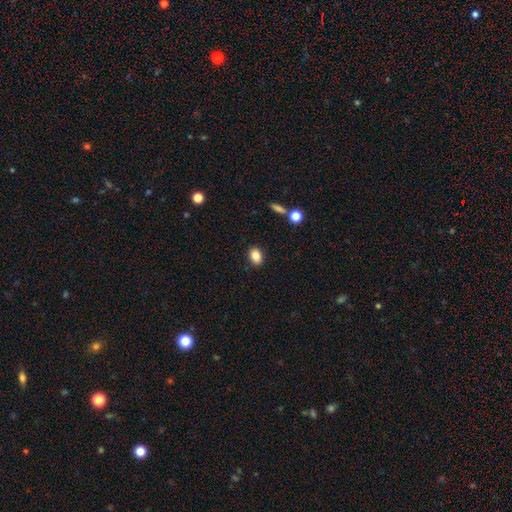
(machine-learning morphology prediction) This is clearly a smooth galaxy (85%). How rounded: likely in between (75%). Merging: clearly none (88%).